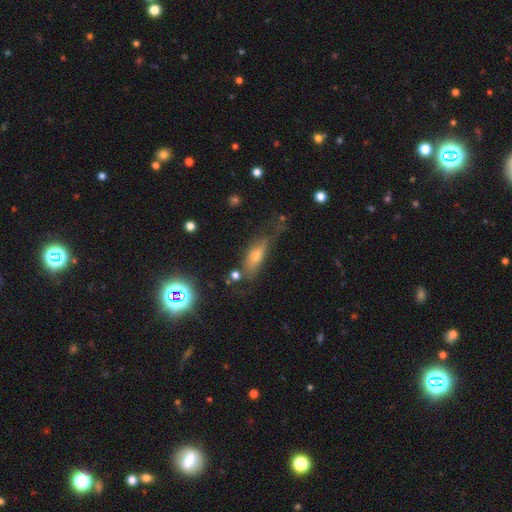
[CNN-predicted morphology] This is possibly a smooth galaxy (53%). How rounded: possibly in between (59%). Merging: possibly none (51%).